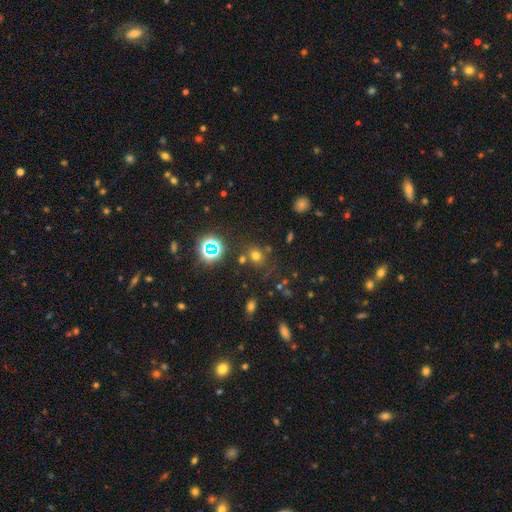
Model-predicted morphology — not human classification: This is likely a smooth galaxy (61%). How rounded: likely round (74%). Merging: likely none (69%).